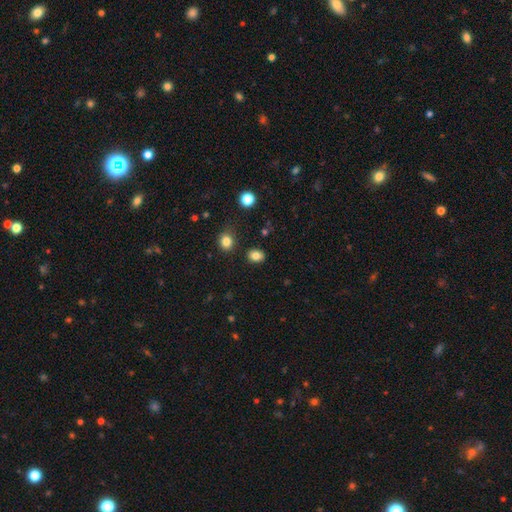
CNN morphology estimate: A smooth galaxy with no disk features (83%) that is in between round and cigar-shaped (56%). Merging: none (85%).